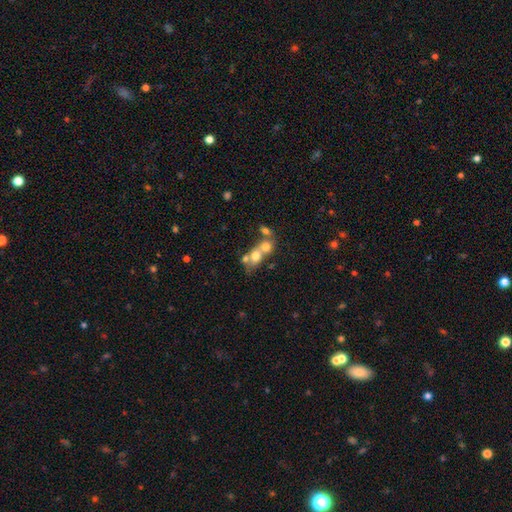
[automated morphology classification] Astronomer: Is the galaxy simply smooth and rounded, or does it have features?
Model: smooth — 64%.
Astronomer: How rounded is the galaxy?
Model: round — 56% (runner-up: in between, 42%).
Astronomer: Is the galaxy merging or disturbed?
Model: merger — 67%.